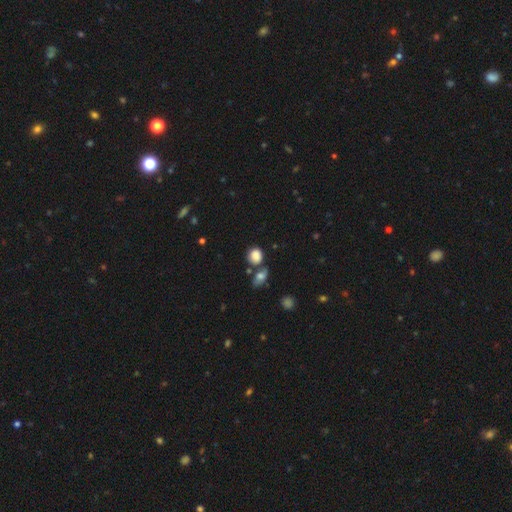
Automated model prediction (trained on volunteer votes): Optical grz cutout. It shows a smooth galaxy with no disk features (83%) that is round (69%). Merging: none (60%).